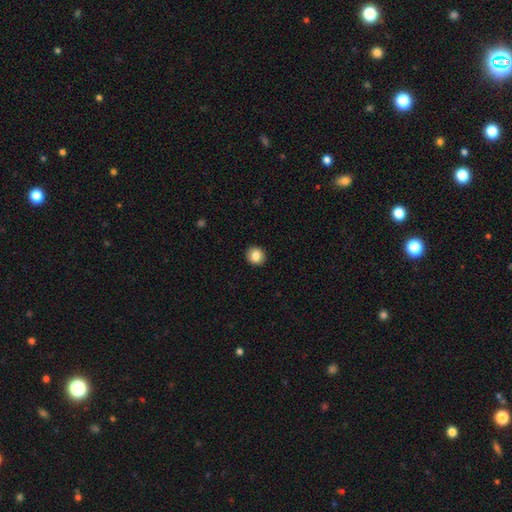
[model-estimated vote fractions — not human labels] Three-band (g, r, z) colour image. It shows a smooth galaxy with no disk features (84%) that is round (89%). Merging: none (93%).